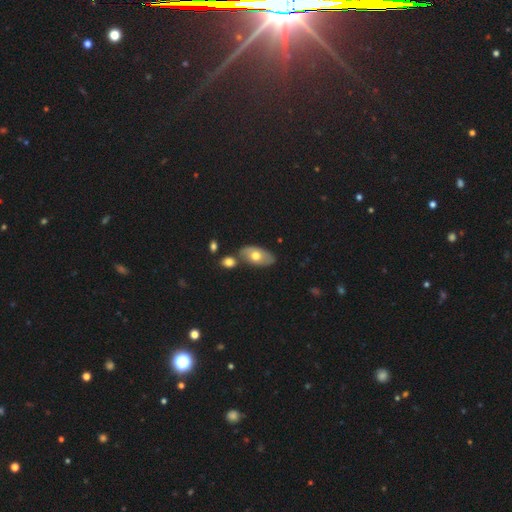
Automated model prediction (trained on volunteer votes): smooth 61%, featured or disk 32%, star or artifact 7%. Down the decision tree: how rounded — in between (91%); merging — none (64%).